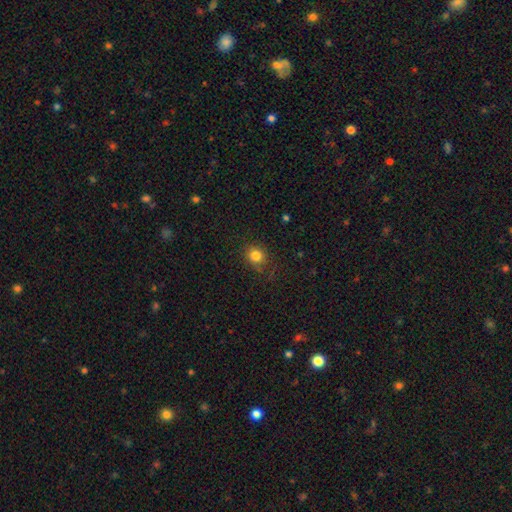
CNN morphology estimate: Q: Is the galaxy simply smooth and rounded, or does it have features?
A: smooth — 82%.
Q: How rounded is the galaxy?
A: round — 84%.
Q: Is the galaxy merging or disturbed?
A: none — 83%.